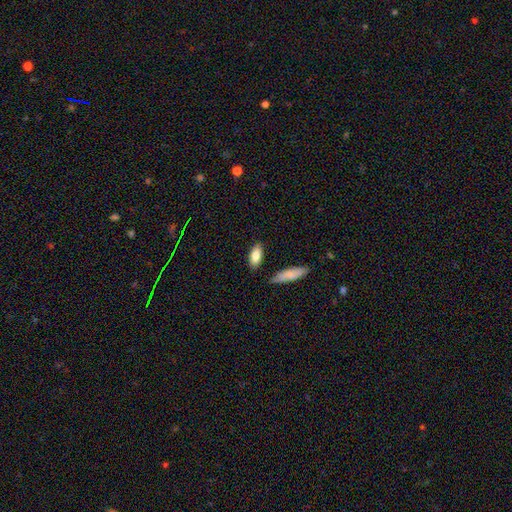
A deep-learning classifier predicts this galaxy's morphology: Q: Smooth or featured?
A: smooth (82%); runner-up: featured or disk (12%)
Q: How rounded?
A: in between (83%); runner-up: cigar-shaped (14%)
Q: Merging?
A: none (82%); runner-up: minor disturbance (12%)